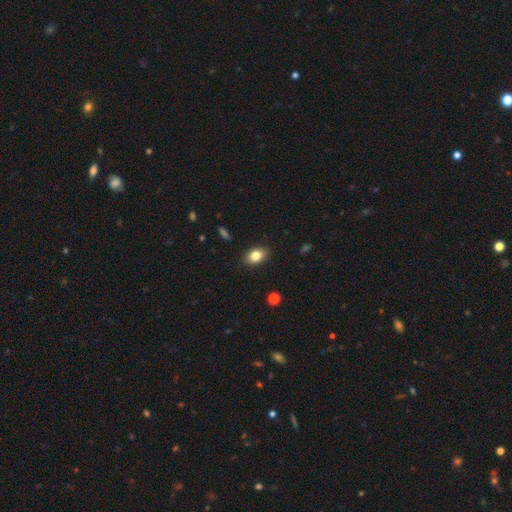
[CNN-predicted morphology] This is clearly a smooth galaxy (82%). How rounded: clearly in between (83%). Merging: clearly none (87%).